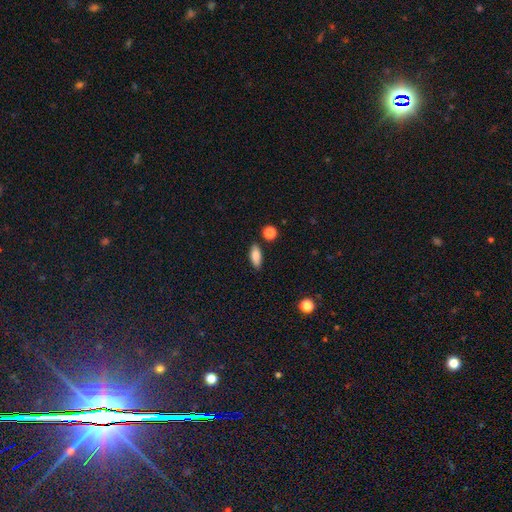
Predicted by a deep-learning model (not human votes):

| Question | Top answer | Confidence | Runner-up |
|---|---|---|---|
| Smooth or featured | smooth | 84% | featured or disk (8%) |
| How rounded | in between | 79% | cigar-shaped (18%) |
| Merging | none | 85% | minor disturbance (10%) |